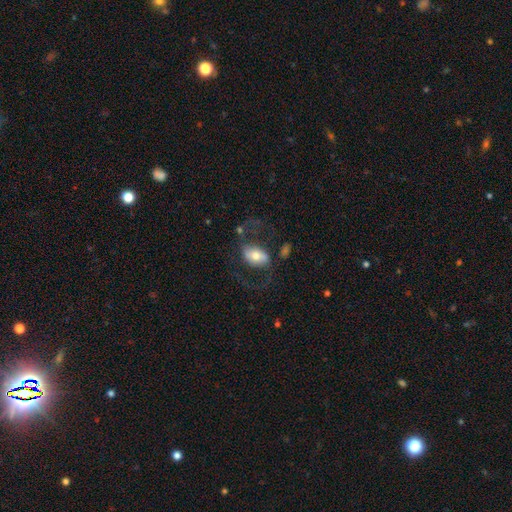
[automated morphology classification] smooth-or-featured: featured or disk: 59% | smooth: 34% | star or artifact: 7%
  disk-edge-on: no: 92% | yes: 8%
    bar: strong: 36% | no: 33% | weak: 31%
    has-spiral-arms: yes: 72% | no: 28%
    bulge-size: moderate: 60% | small: 24% | large: 12% | dominant: 3% | none: 2%
  merging: none: 53% | major disturbance: 26% | minor disturbance: 17% | merger: 5%